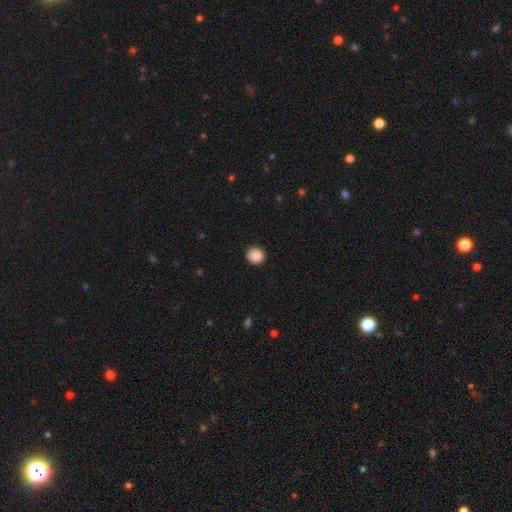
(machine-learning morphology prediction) smooth-or-featured: smooth: 89% | star or artifact: 9% | featured or disk: 2%
  how-rounded: round: 82% | in between: 18% | cigar-shaped: 1%
  merging: none: 90% | minor disturbance: 8% | major disturbance: 2% | merger: 1%